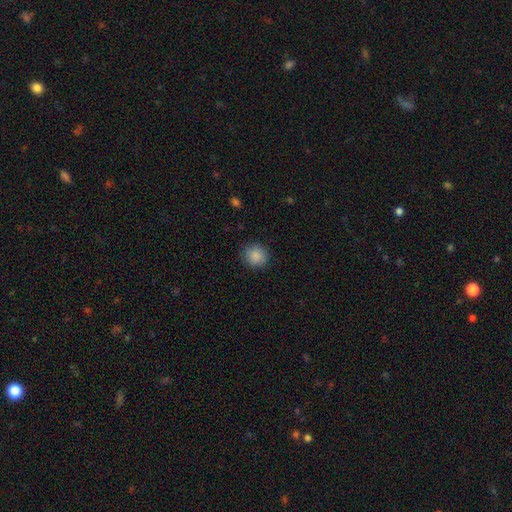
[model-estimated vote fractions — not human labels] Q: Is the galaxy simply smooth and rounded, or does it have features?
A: smooth — 88%.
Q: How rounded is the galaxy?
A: round — 89%.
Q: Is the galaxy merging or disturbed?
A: none — 88%.